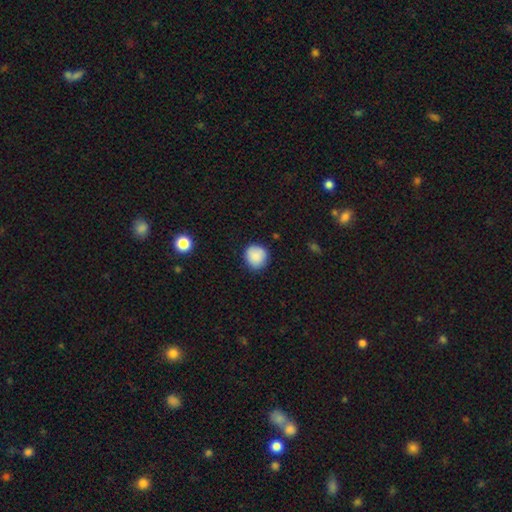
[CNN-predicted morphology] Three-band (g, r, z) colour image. It shows a smooth galaxy with no disk features (86%) that is round (90%). Merging: none (85%).